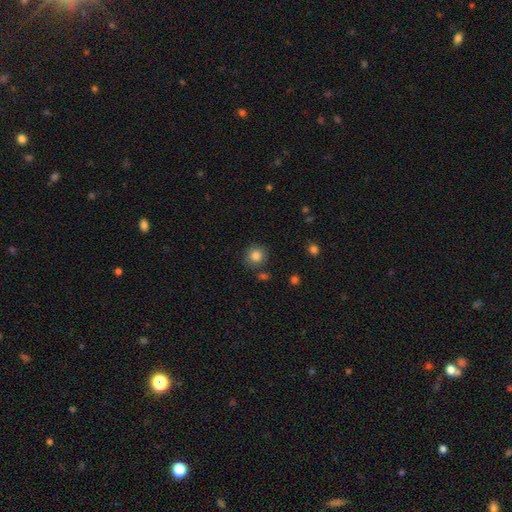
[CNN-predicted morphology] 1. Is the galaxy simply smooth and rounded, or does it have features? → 85% smooth, 10% star or artifact, 5% featured or disk.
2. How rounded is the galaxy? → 90% round, 9% in between, 1% cigar-shaped.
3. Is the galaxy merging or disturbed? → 83% none, 9% minor disturbance, 5% merger, 3% major disturbance.